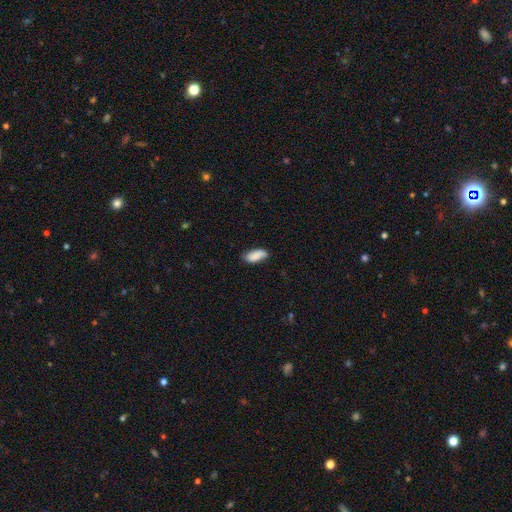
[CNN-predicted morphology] This is clearly a smooth galaxy (85%). How rounded: clearly in between (84%). Merging: likely none (73%).